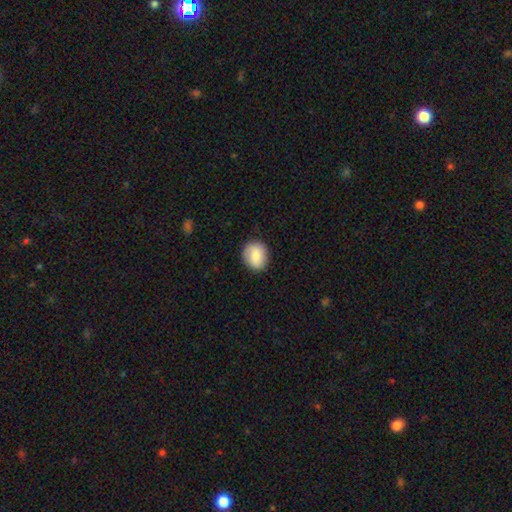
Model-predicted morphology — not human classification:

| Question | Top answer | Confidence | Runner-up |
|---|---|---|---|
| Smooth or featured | smooth | 83% | featured or disk (10%) |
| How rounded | round | 69% | in between (30%) |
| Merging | none | 86% | minor disturbance (11%) |